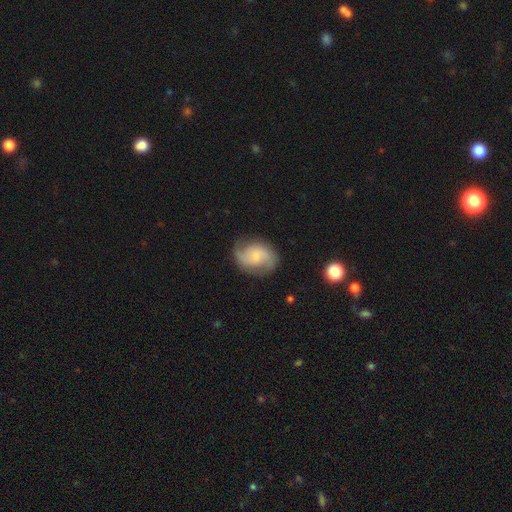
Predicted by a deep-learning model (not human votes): Morphology: type=featured or disk (74%); edge-on=no (98%); bar=no (57%); spiral arms=yes (94%); winding=medium (47%); arm count=2 (88%); bulge=small (62%); merging=none (74%).